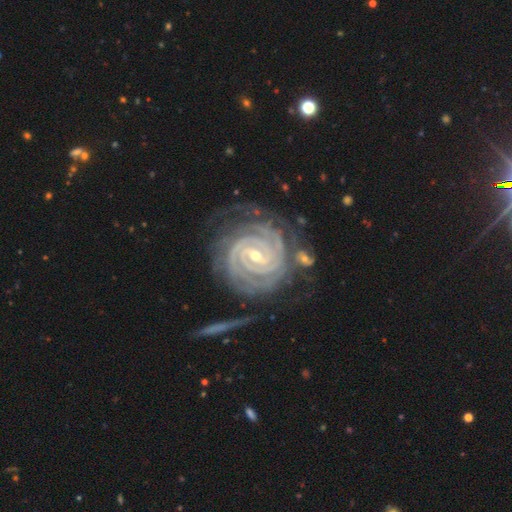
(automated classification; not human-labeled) Overall: featured or disk (94%). Edge-on disk: no (98%). Bar: weak (44%; strong 39%). Spiral arms: yes (99%). Spiral arm count: 2 (38%; 3 21%). Spiral winding: tight (90%). Bulge size: small (61%; moderate 36%). Merging: none (69%).